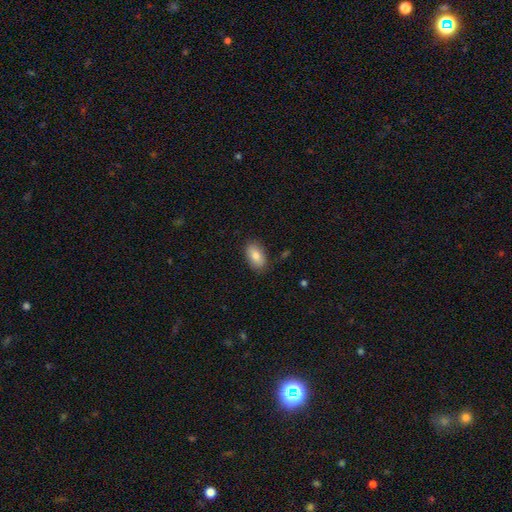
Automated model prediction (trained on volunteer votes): smooth-or-featured: smooth: 82% | featured or disk: 12% | star or artifact: 7%
  how-rounded: in between: 92% | round: 5% | cigar-shaped: 3%
  merging: none: 84% | minor disturbance: 12% | major disturbance: 3% | merger: 1%